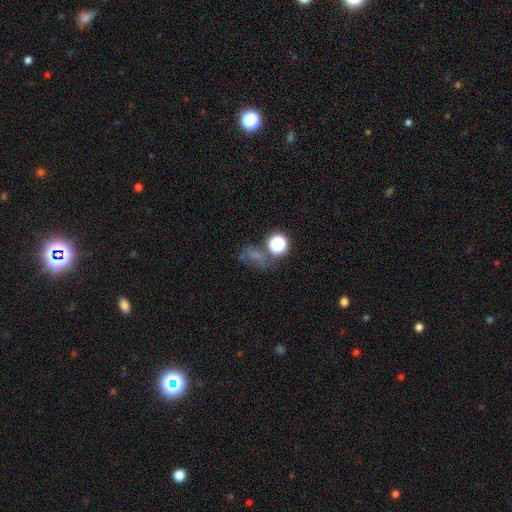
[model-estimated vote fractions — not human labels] The model was most divided on "smooth or featured": star or artifact: 42%, smooth: 41%, featured or disk: 17%.